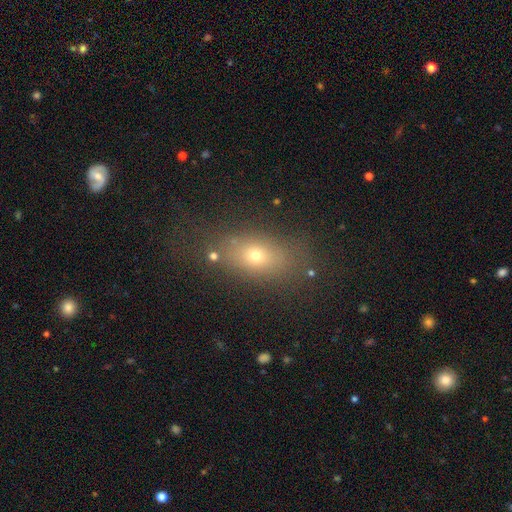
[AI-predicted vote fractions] The model was most divided on "smooth or featured": smooth: 66%, star or artifact: 17%, featured or disk: 16%. More confident: merging — none (74%); how rounded — in between (73%).